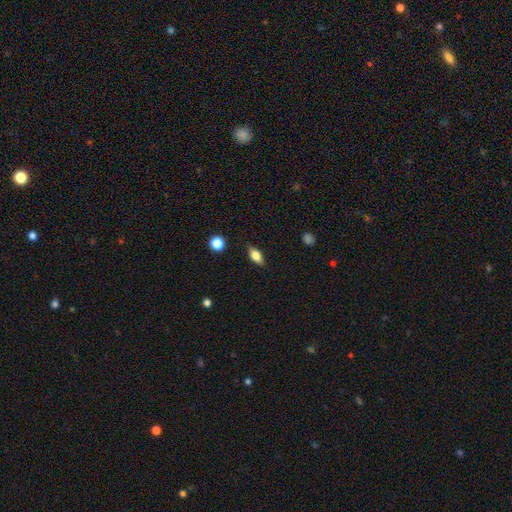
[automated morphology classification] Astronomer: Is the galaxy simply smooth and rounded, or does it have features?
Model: smooth — 72%.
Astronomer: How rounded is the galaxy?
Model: in between — 81%.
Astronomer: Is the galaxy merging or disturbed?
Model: none — 86%.